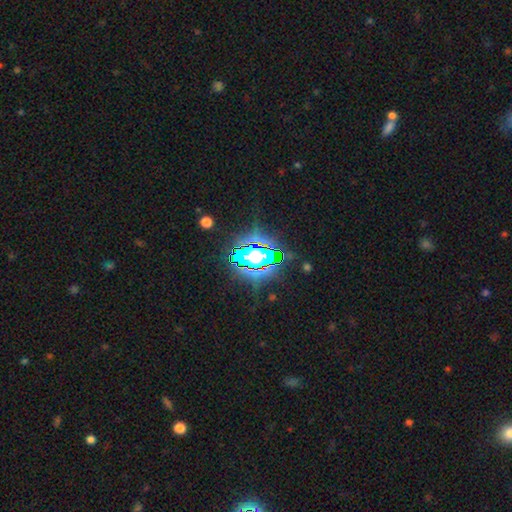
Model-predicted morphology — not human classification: Smooth or featured? Predicted: star or artifact (p=0.71).